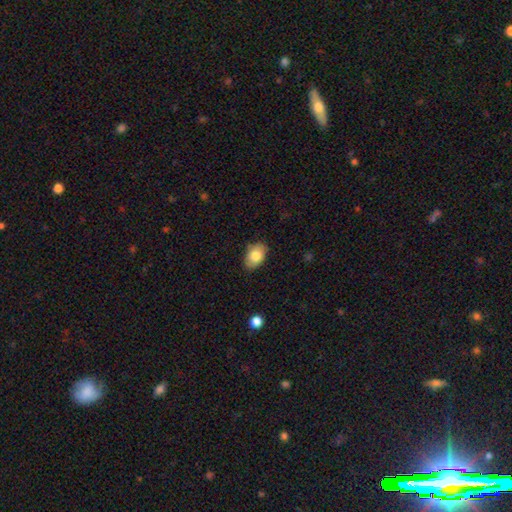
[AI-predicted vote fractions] The model was most divided on "merging": none: 82%, minor disturbance: 14%, major disturbance: 2%, merger: 1%. More confident: how rounded — in between (87%); smooth or featured — smooth (81%).